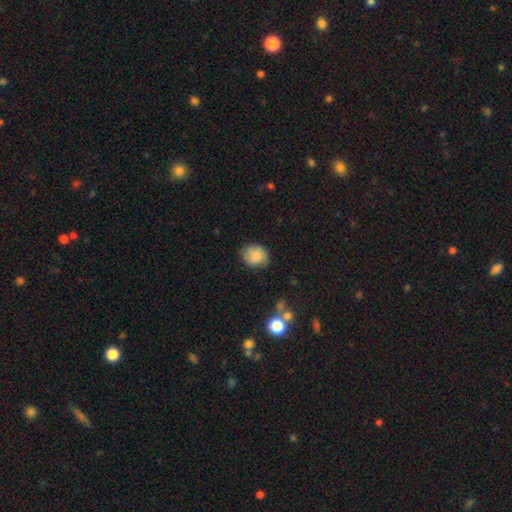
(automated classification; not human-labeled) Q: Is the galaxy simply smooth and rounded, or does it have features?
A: smooth — 68%.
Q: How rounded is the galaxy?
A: round — 67%.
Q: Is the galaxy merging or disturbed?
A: none — 77%.